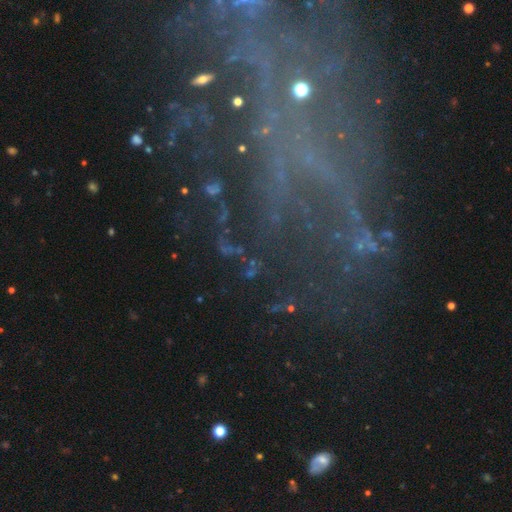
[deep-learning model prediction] This is possibly a featured or disk galaxy (52%). It is clearly not viewed edge-on (90%). Merging: possibly none (57%).